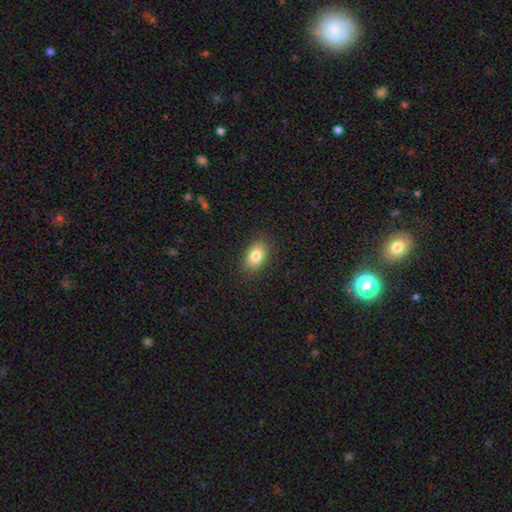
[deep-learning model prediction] Smooth or featured? smooth (82%)
How rounded? in between (85%)
Merging? none (87%)